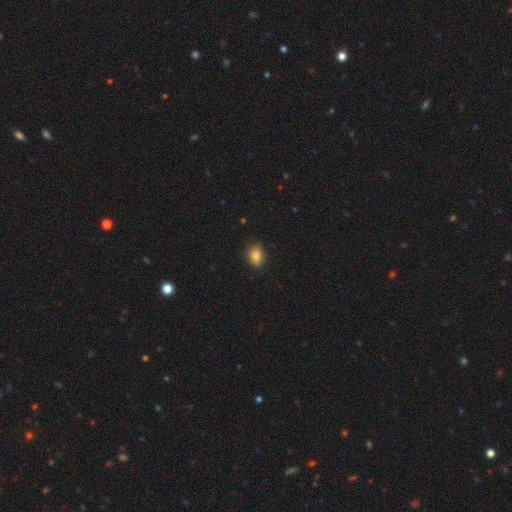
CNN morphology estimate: smooth 85%, star or artifact 9%, featured or disk 5%. Down the decision tree: how rounded — in between (73%); merging — none (84%).